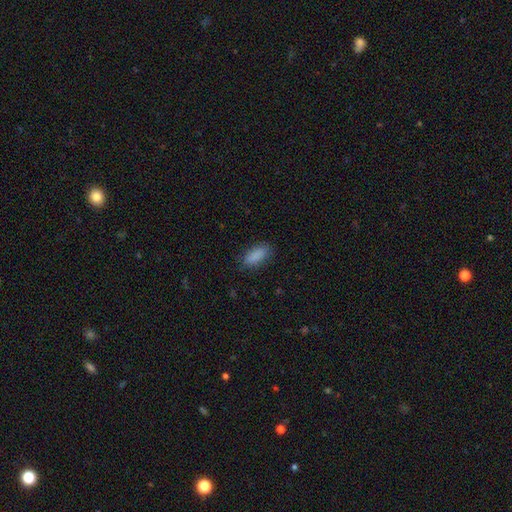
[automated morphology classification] smooth_or_featured: smooth (p=0.88) [alt: star or artifact p=0.07]
how_rounded: in between (p=0.82) [alt: cigar-shaped p=0.16]
merging: none (p=0.84) [alt: minor disturbance p=0.12]